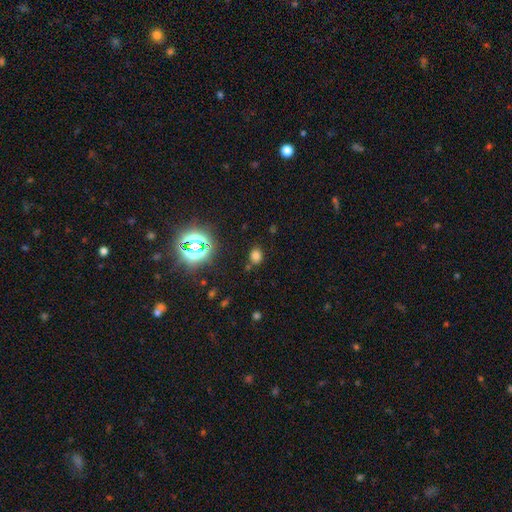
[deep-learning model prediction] This is likely a smooth galaxy (68%). How rounded: possibly round (53%). Merging: likely none (77%).